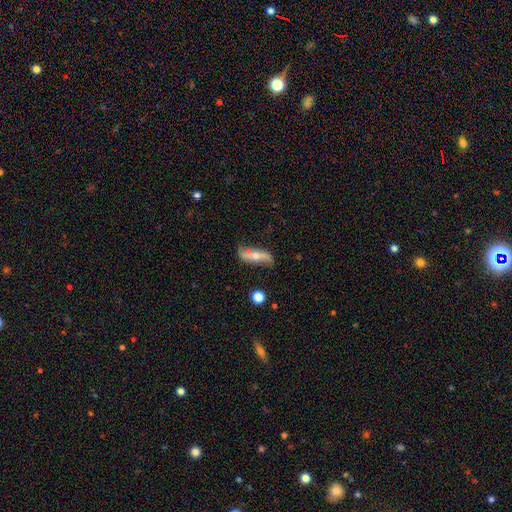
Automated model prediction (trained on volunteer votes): smooth_or_featured: featured or disk (p=0.63) [alt: smooth p=0.30]
disk_edge_on: no (p=0.76) [alt: yes p=0.24]
merging: none (p=0.65) [alt: minor disturbance p=0.23]